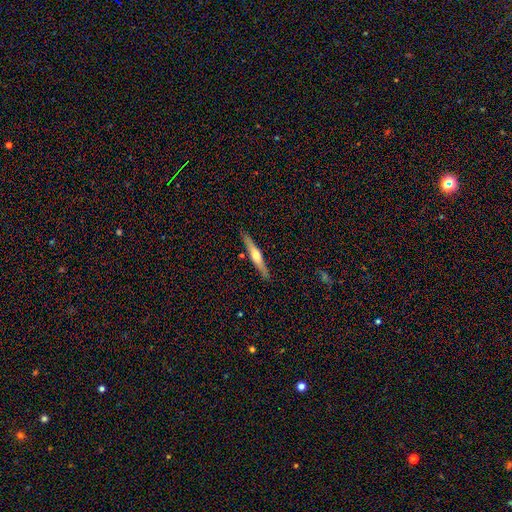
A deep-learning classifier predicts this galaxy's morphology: Overall: featured or disk (59%; smooth 35%). Edge-on disk: yes (95%). Edge-on bulge: rounded (87%). Merging: none (89%).